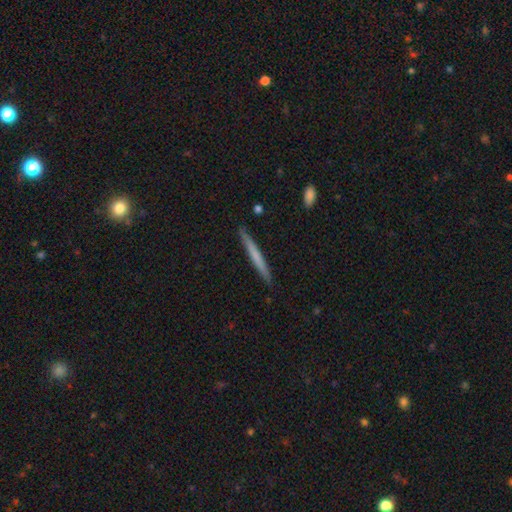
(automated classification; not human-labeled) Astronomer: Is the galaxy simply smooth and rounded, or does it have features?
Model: smooth — 60% (runner-up: featured or disk, 35%).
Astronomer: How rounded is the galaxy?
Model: cigar-shaped — 97%.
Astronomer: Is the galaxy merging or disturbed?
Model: none — 91%.